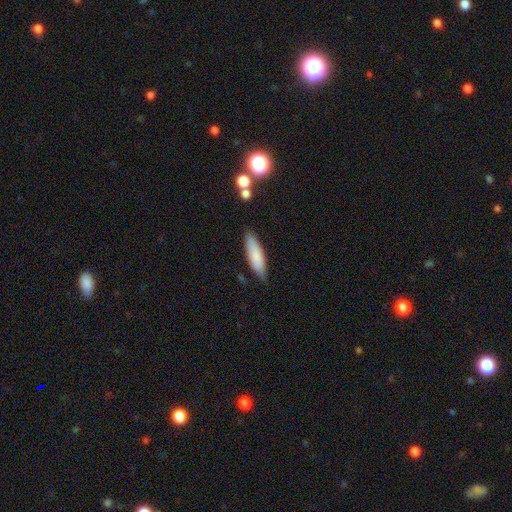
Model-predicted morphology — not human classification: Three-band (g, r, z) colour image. It shows a smooth galaxy with no disk features (82%) that is cigar-shaped (59%). Merging: none (82%).